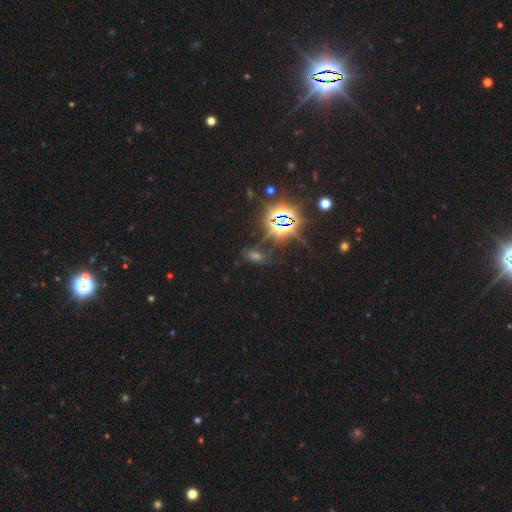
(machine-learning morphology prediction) Overall: star or artifact (65%).